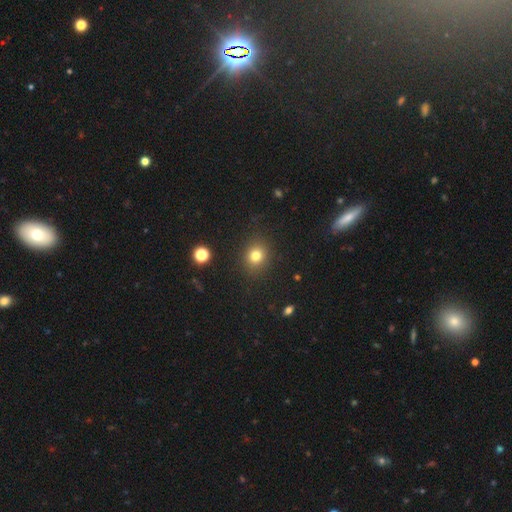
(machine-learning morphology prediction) Smooth or featured? smooth (79%)
How rounded? round (74%)
Merging? none (88%)